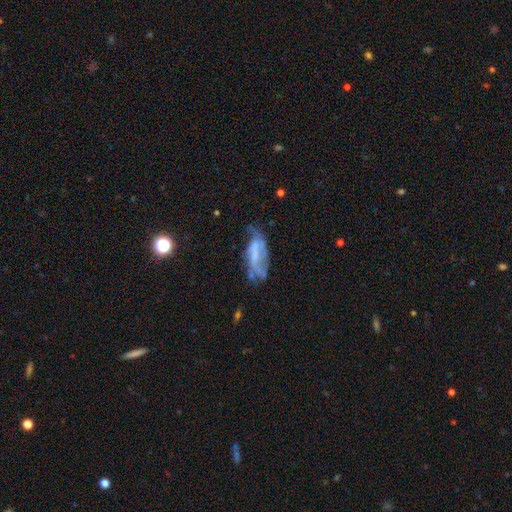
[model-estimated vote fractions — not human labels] Smooth or featured? featured or disk (62%)
Edge-on disk? no (85%)
Bar? no (46%)
Spiral arms? yes (62%)
Bulge size? none (54%)
Merging? none (41%)